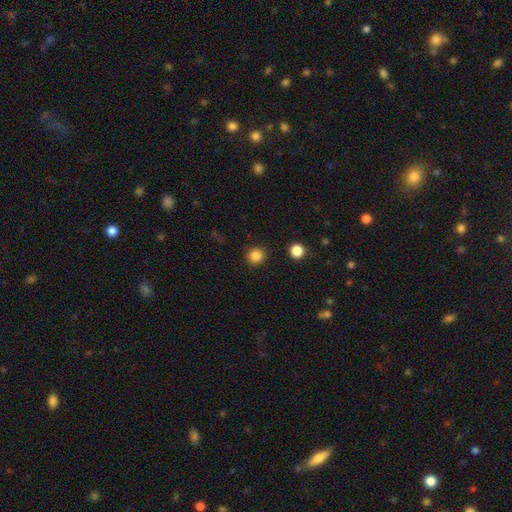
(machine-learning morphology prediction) Smooth or featured: smooth — 85% (star or artifact — 12%)
How rounded: round — 90% (in between — 9%)
Merging: none — 91% (minor disturbance — 6%)